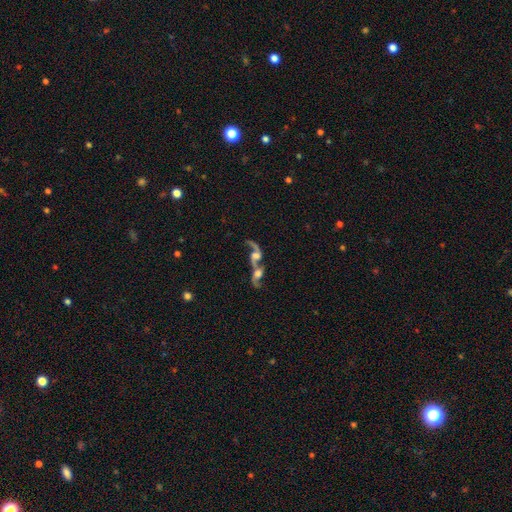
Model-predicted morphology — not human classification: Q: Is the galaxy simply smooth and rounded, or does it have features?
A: featured or disk — 71%.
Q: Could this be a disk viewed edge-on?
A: no — 93%.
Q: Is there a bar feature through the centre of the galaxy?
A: no — 64%.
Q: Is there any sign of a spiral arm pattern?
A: yes — 81%.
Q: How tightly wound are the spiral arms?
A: loose — 84%.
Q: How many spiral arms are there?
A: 2 — 70%.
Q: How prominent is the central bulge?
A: moderate — 41%.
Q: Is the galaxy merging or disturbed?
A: merger — 77%.